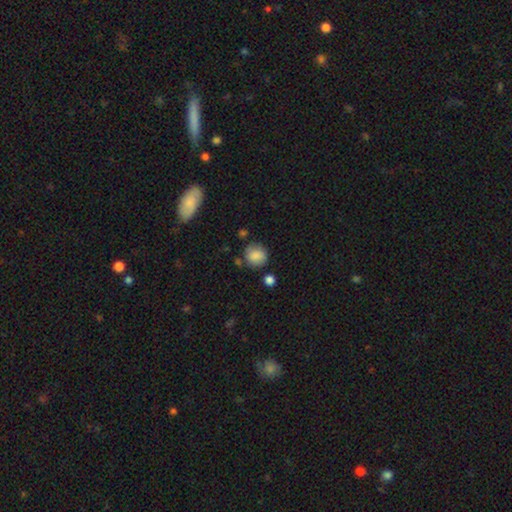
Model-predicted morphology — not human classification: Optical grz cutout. It shows a smooth galaxy with no disk features (85%) that is round (84%). Merging: none (74%).